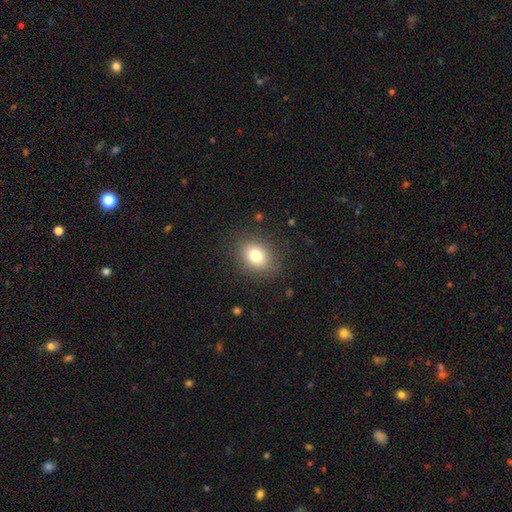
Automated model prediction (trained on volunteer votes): The model was most divided on "how rounded": round: 50%, in between: 49%, cigar-shaped: 1%. More confident: merging — none (85%); smooth or featured — smooth (79%).